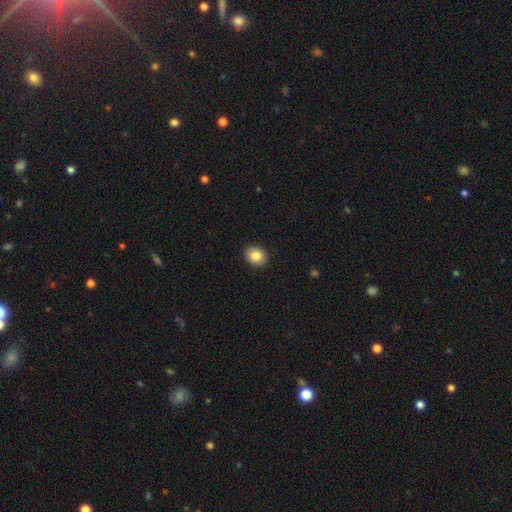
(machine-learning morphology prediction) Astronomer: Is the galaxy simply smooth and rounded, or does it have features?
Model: smooth — 85%.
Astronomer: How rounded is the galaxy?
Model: round — 57% (runner-up: in between, 42%).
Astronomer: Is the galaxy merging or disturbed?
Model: none — 91%.